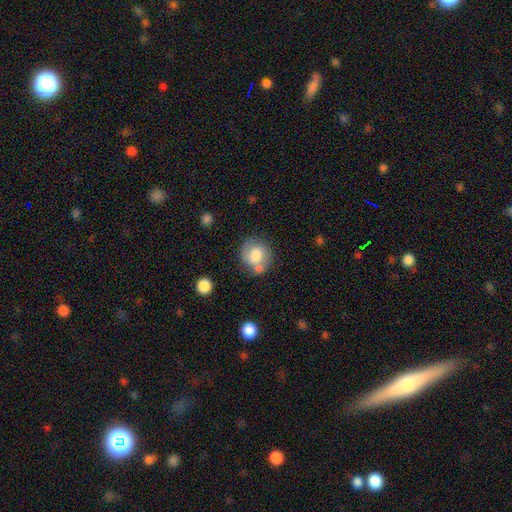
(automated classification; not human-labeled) A smooth galaxy with no disk features (68%) that is round (80%). Merging: none (54%).